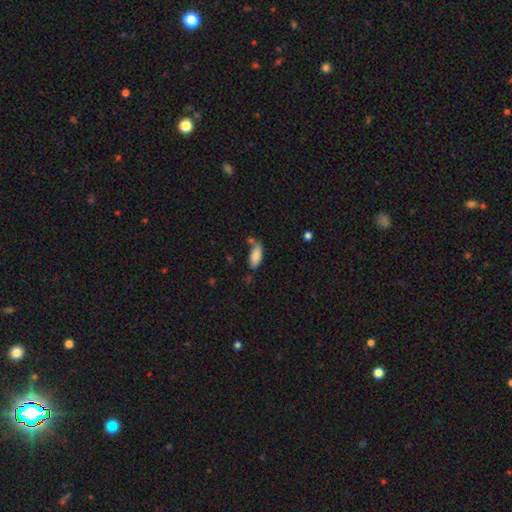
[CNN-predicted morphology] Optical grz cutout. It shows a smooth galaxy with no disk features (85%) that is in between round and cigar-shaped (78%). Merging: none (58%).